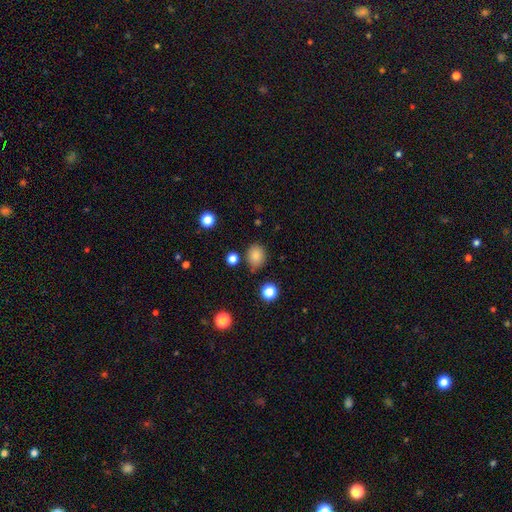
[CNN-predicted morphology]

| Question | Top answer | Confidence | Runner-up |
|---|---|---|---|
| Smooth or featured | smooth | 83% | star or artifact (12%) |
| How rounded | round | 66% | in between (33%) |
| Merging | none | 79% | minor disturbance (14%) |